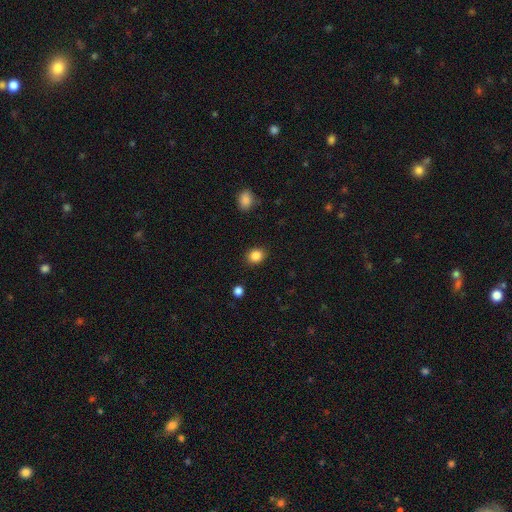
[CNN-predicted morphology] smooth-or-featured: smooth: 86% | star or artifact: 10% | featured or disk: 4%
  how-rounded: round: 65% | in between: 34% | cigar-shaped: 1%
  merging: none: 88% | minor disturbance: 8% | major disturbance: 2% | merger: 1%